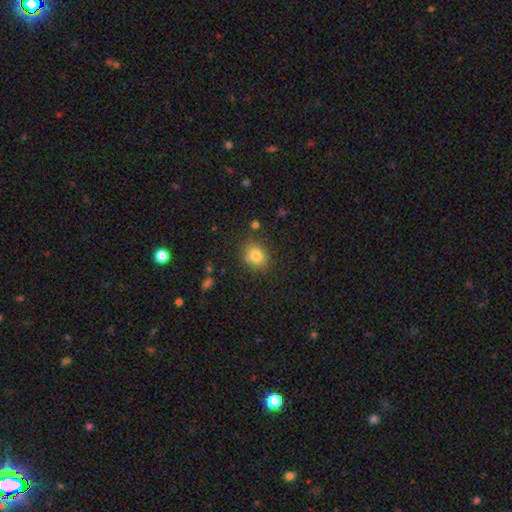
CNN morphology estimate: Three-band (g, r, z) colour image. It shows a smooth galaxy with no disk features (82%) that is round (59%). Merging: none (80%).